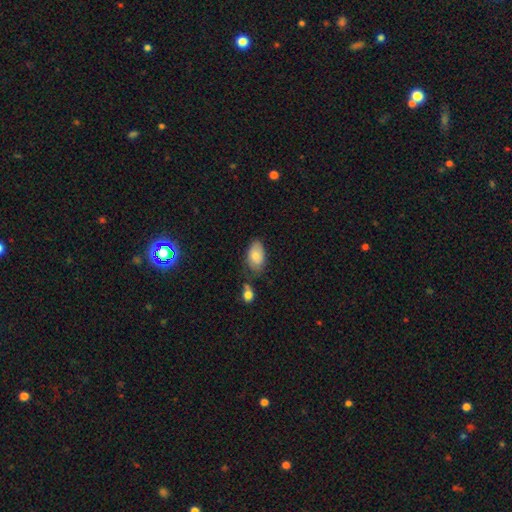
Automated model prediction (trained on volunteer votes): This is likely a smooth galaxy (76%). How rounded: clearly in between (91%). Merging: possibly none (58%).